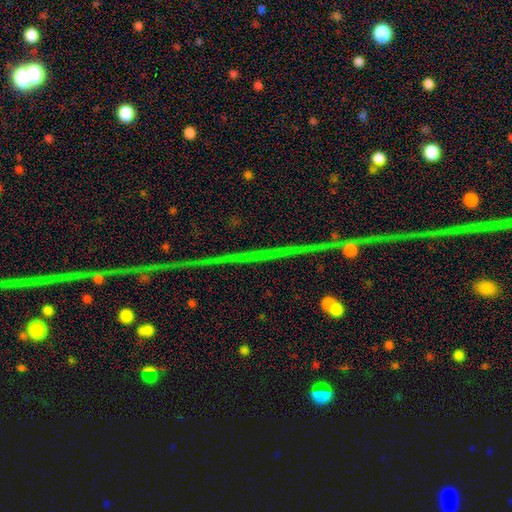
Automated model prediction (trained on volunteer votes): The model was most divided on "smooth or featured": star or artifact: 75%, featured or disk: 16%, smooth: 9%.